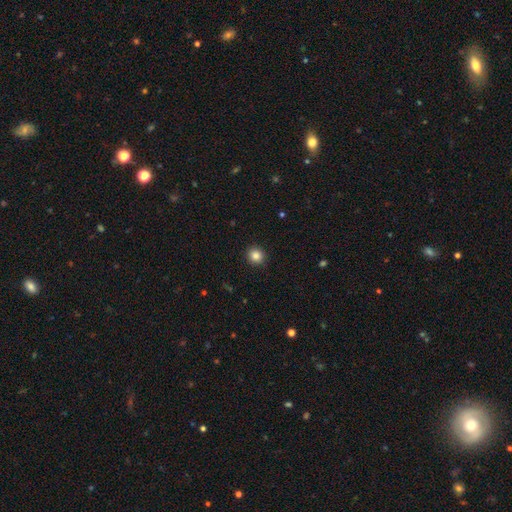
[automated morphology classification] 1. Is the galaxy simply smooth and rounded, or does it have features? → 84% smooth, 11% star or artifact, 5% featured or disk.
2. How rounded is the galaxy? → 89% round, 10% in between, 1% cigar-shaped.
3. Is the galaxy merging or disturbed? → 92% none, 5% minor disturbance, 2% major disturbance, 1% merger.